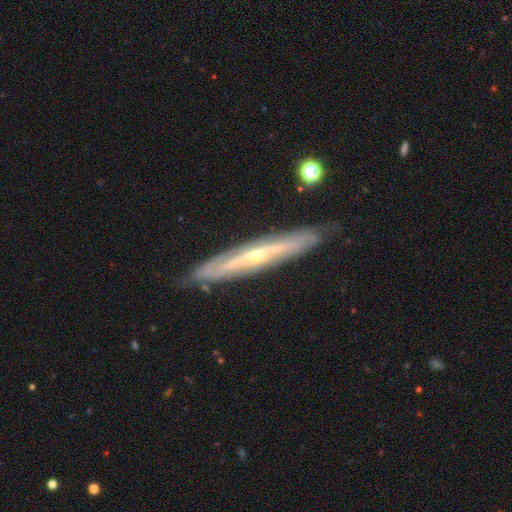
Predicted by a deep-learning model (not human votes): smooth-or-featured: featured or disk: 79% | smooth: 15% | star or artifact: 6%
  disk-edge-on: yes: 81% | no: 19%
    edge-on-bulge: rounded: 74% | none: 23% | boxy: 2%
  merging: none: 83% | minor disturbance: 13% | major disturbance: 3% | merger: 1%